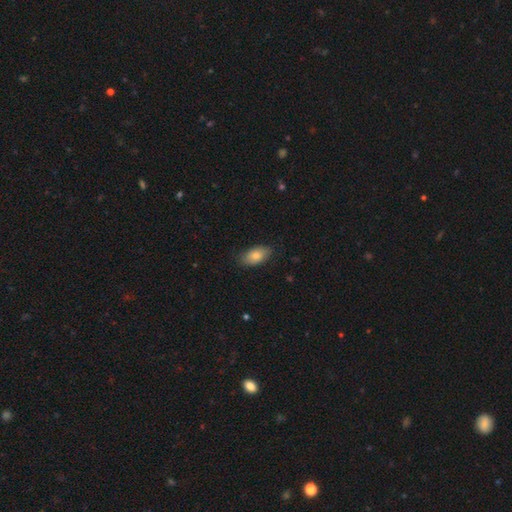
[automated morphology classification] Smooth or featured? smooth (81%)
How rounded? in between (93%)
Merging? none (81%)